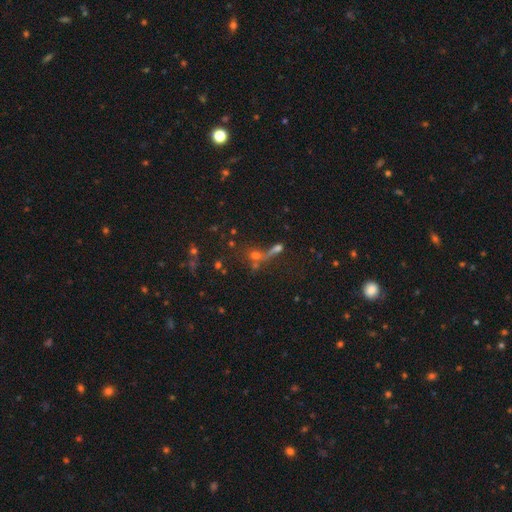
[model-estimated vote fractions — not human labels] smooth_or_featured: star or artifact (p=0.46) [alt: smooth p=0.35]